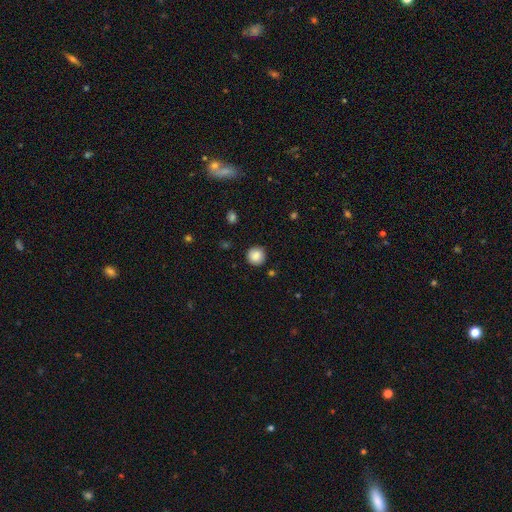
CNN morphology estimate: Q: Smooth or featured?
A: smooth (86%); runner-up: star or artifact (9%)
Q: How rounded?
A: round (95%); runner-up: in between (4%)
Q: Merging?
A: none (90%); runner-up: minor disturbance (7%)